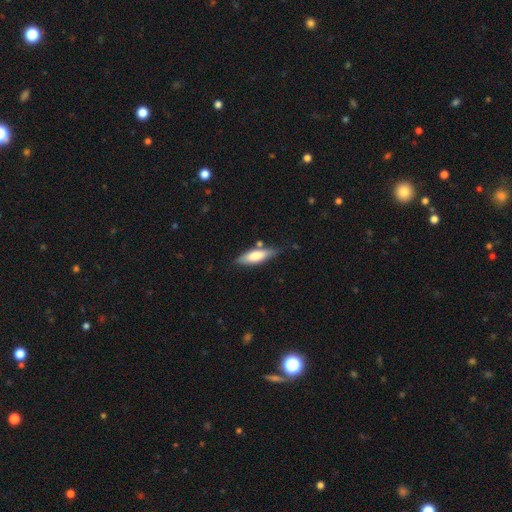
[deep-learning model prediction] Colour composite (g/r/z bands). It shows a smooth galaxy with no disk features (68%) that is in between round and cigar-shaped (49%, tied with cigar-shaped). Merging: none (76%).